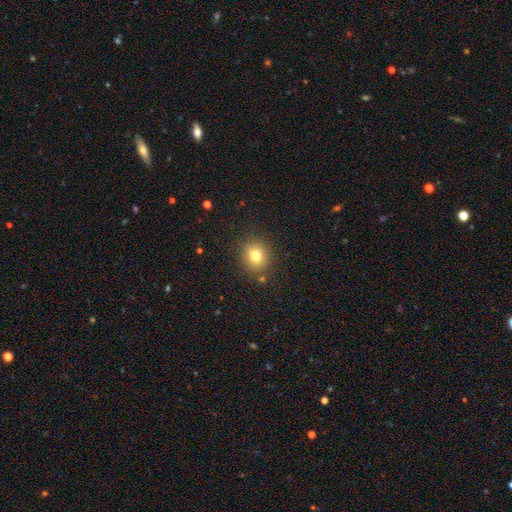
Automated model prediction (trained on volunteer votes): Smooth or featured: smooth — 77% (star or artifact — 13%)
How rounded: round — 83% (in between — 16%)
Merging: none — 86% (minor disturbance — 8%)